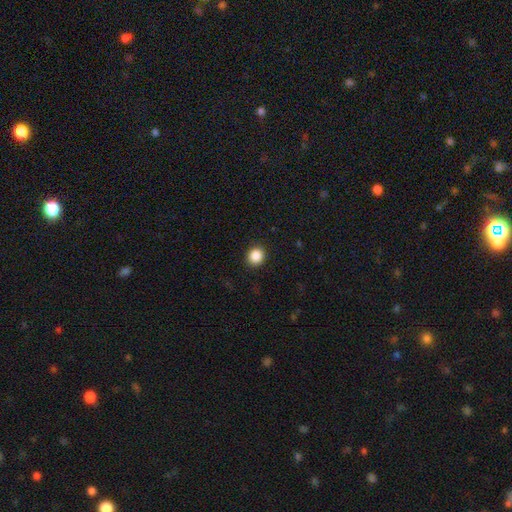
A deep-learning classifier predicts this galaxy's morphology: This is clearly a smooth galaxy (87%). How rounded: clearly round (88%). Merging: clearly none (92%).